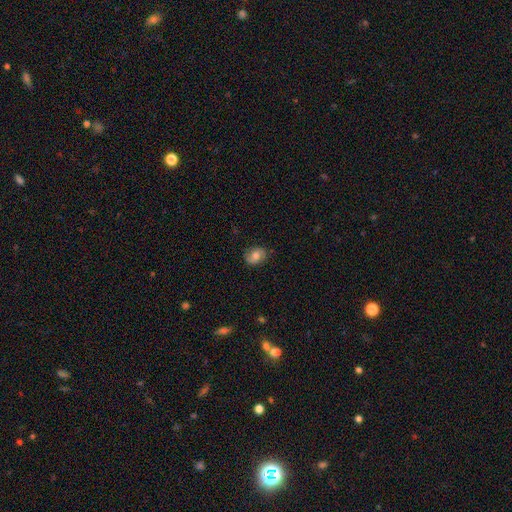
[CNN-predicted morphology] smooth-or-featured: smooth: 56% | featured or disk: 35% | star or artifact: 9%
  how-rounded: in between: 57% | round: 42% | cigar-shaped: 1%
  merging: none: 81% | minor disturbance: 15% | major disturbance: 4% | merger: 1%